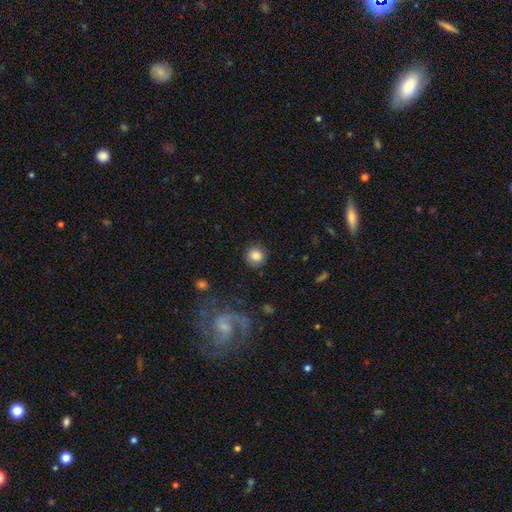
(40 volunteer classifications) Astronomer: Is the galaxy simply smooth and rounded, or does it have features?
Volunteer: smooth — 82%.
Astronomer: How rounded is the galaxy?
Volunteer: round — 94%.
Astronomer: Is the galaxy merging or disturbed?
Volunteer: none — 97%.